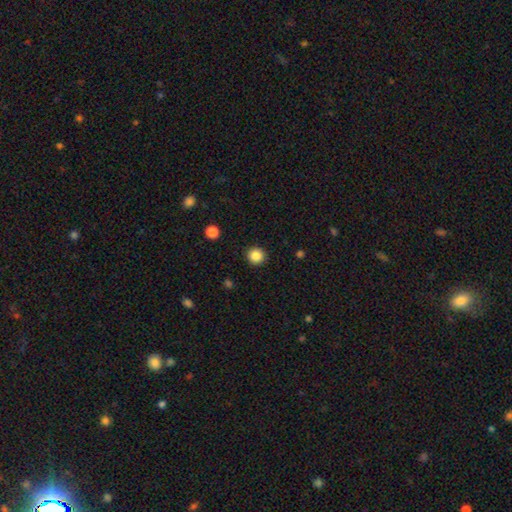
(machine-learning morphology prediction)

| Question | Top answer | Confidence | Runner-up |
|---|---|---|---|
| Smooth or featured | smooth | 86% | star or artifact (10%) |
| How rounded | round | 95% | in between (4%) |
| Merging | none | 92% | minor disturbance (5%) |